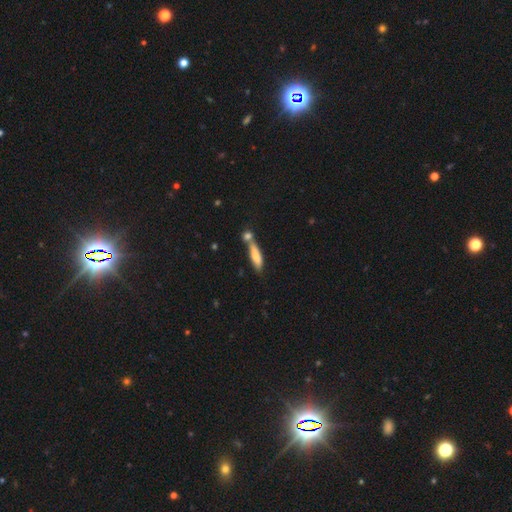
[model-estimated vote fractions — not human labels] A smooth galaxy with no disk features (77%) that is cigar-shaped (68%). Merging: none (44%).